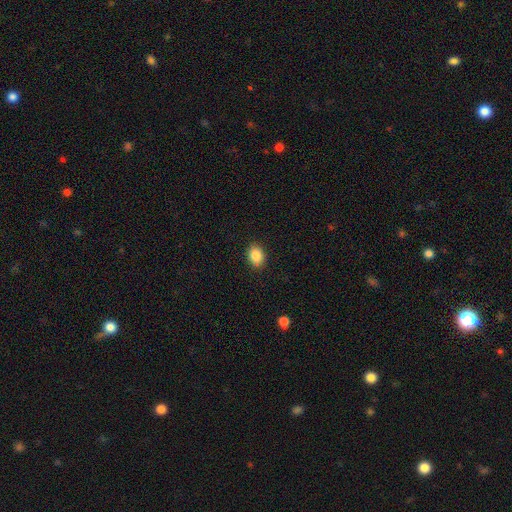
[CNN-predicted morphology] smooth 87%, star or artifact 9%, featured or disk 5%. Down the decision tree: how rounded — in between (66%); merging — none (89%).